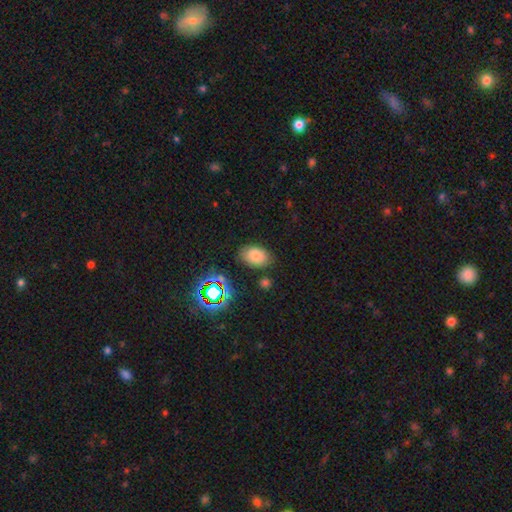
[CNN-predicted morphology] type=smooth (76%); roundness=in between (84%); merging=none (80%).